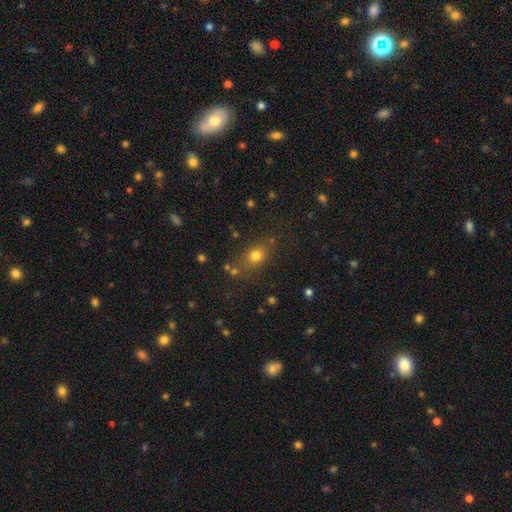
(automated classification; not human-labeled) This appears to be a smooth galaxy with no disk features (74%) that is round (56%). Merging: none (75%).